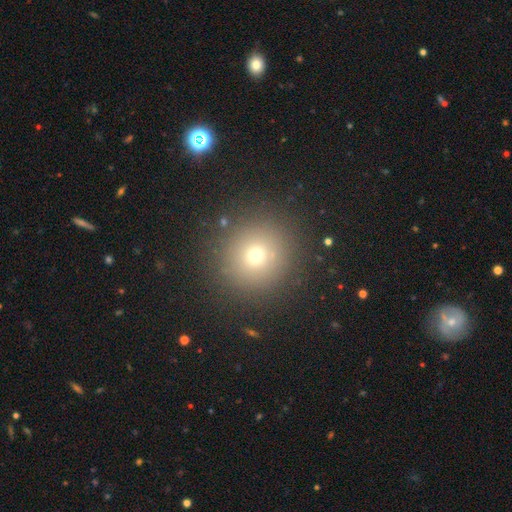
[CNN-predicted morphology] smooth_or_featured: smooth (p=0.69) [alt: star or artifact p=0.20]
how_rounded: round (p=0.93) [alt: in between p=0.06]
merging: none (p=0.88) [alt: minor disturbance p=0.07]